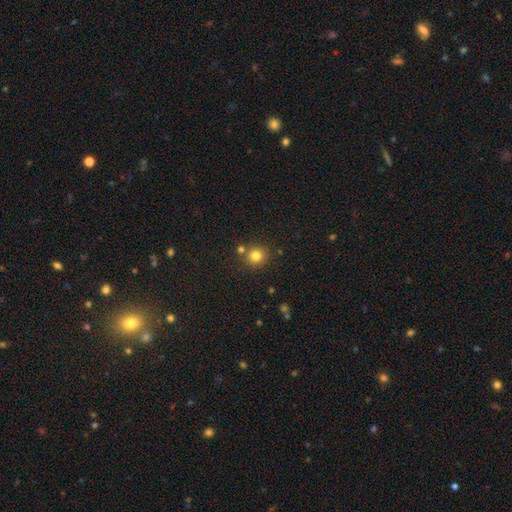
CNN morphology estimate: Smooth or featured? Predicted: smooth (p=0.80). How rounded? Predicted: round (p=0.91). Merging? Predicted: none (p=0.78).